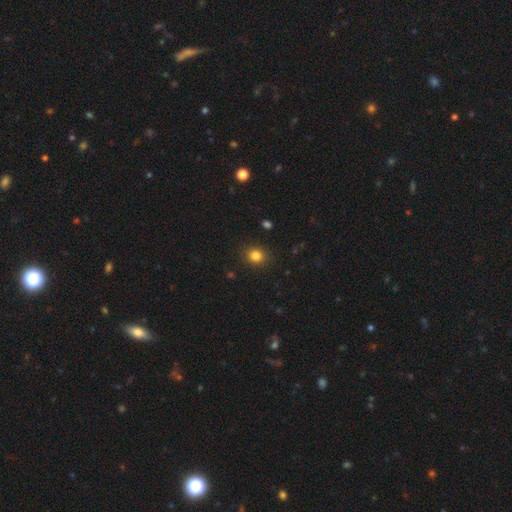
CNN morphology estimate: This appears to be a smooth galaxy with no disk features (84%) that is round (73%). Merging: none (89%).